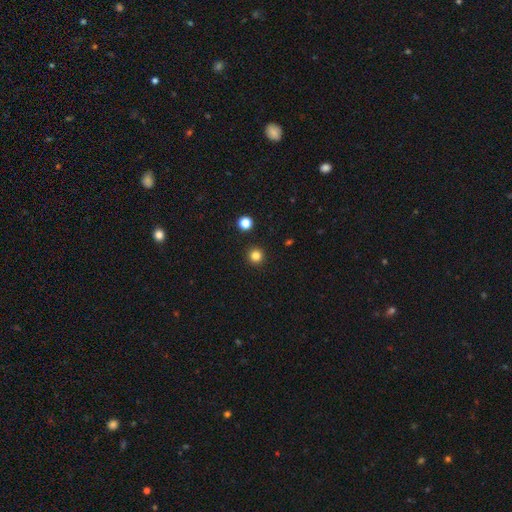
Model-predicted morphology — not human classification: This appears to be a smooth galaxy with no disk features (83%) that is round (96%). Merging: none (93%).